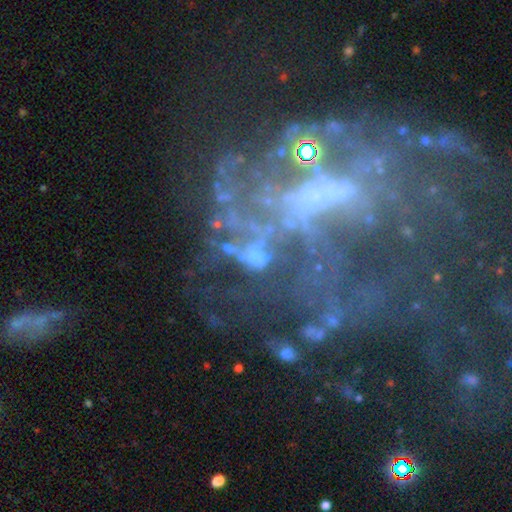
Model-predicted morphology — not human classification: Smooth or featured: featured or disk — 45% (star or artifact — 35%)
Merging: none — 32% (major disturbance — 27%)